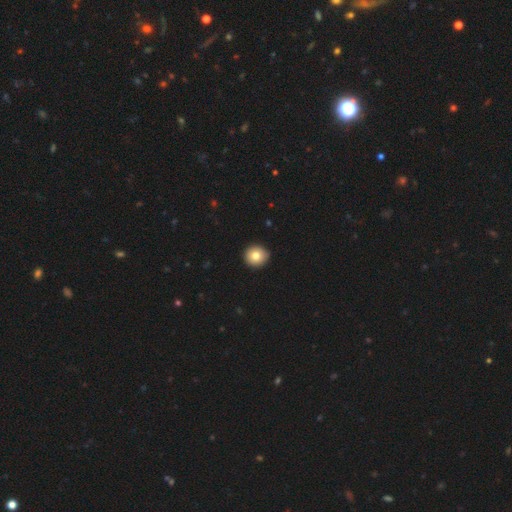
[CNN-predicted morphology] The model was most divided on "smooth or featured": smooth: 80%, featured or disk: 11%, star or artifact: 9%. More confident: merging — none (92%); how rounded — round (91%).